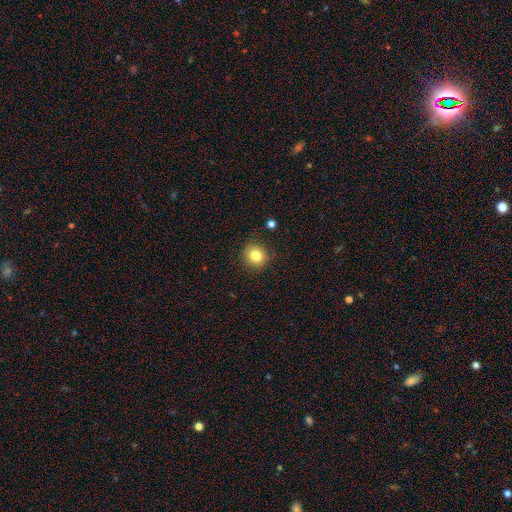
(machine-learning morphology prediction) Q: Smooth or featured?
A: smooth (81%); runner-up: star or artifact (11%)
Q: How rounded?
A: round (88%); runner-up: in between (11%)
Q: Merging?
A: none (89%); runner-up: minor disturbance (7%)